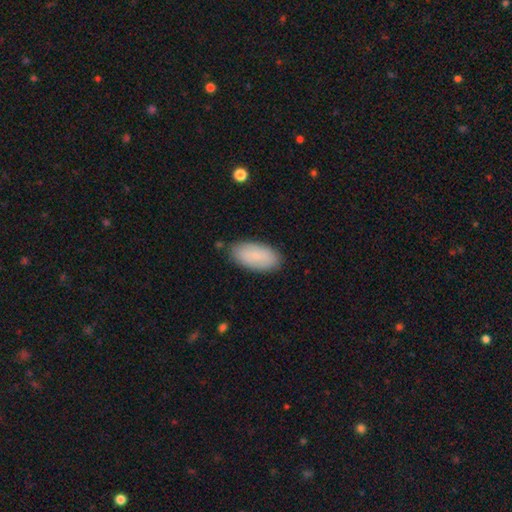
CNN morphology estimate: Smooth or featured: smooth — 78% (featured or disk — 15%)
How rounded: in between — 93% (cigar-shaped — 4%)
Merging: none — 83% (minor disturbance — 12%)